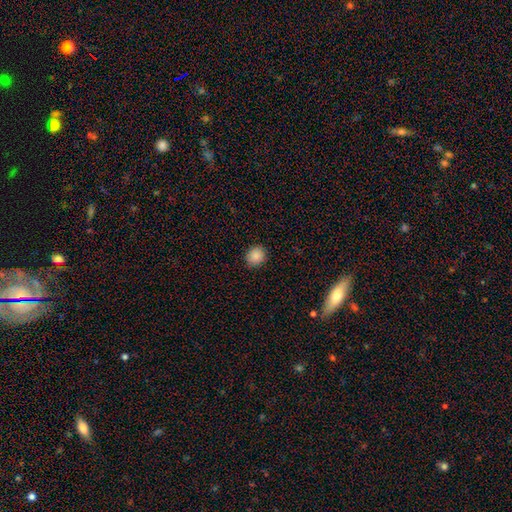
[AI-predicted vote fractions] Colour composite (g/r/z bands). It shows a smooth galaxy with no disk features (88%) that is round (76%). Merging: none (91%).